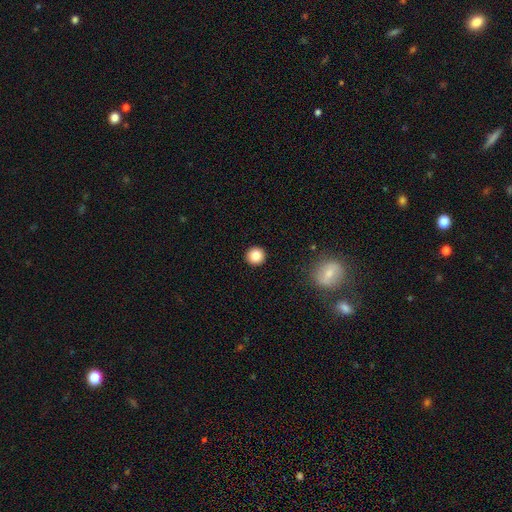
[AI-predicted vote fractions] smooth 84%, star or artifact 10%, featured or disk 6%. Down the decision tree: how rounded — round (94%); merging — none (93%).